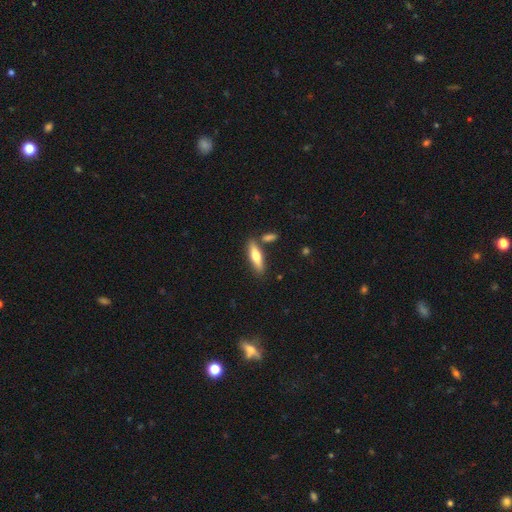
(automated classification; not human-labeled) Smooth or featured?
  - smooth: 61% *
  - featured or disk: 33%
  - star or artifact: 5%
How rounded?
  - cigar-shaped: 65% *
  - in between: 33%
  - round: 2%
Merging?
  - none: 76% *
  - minor disturbance: 11%
  - merger: 10%
  - major disturbance: 3%